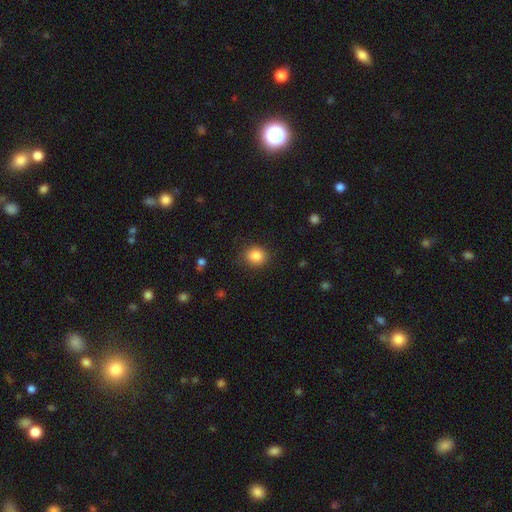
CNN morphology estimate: Smooth or featured? Predicted: smooth (p=0.86). How rounded? Predicted: round (p=0.76). Merging? Predicted: none (p=0.85).